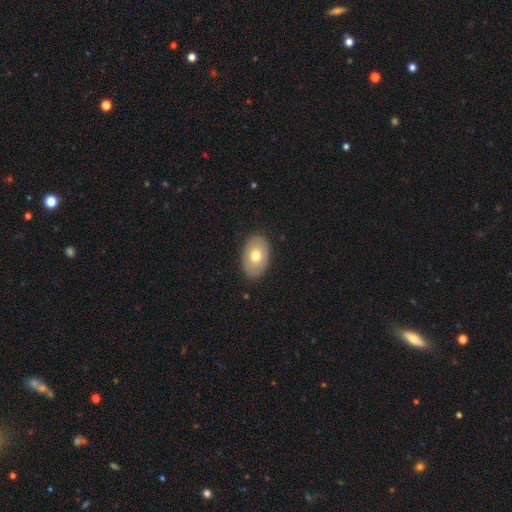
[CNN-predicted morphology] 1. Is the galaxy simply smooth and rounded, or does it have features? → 68% smooth, 26% featured or disk, 6% star or artifact.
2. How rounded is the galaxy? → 87% in between, 12% round, 1% cigar-shaped.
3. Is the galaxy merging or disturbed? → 87% none, 10% minor disturbance, 2% major disturbance, 1% merger.